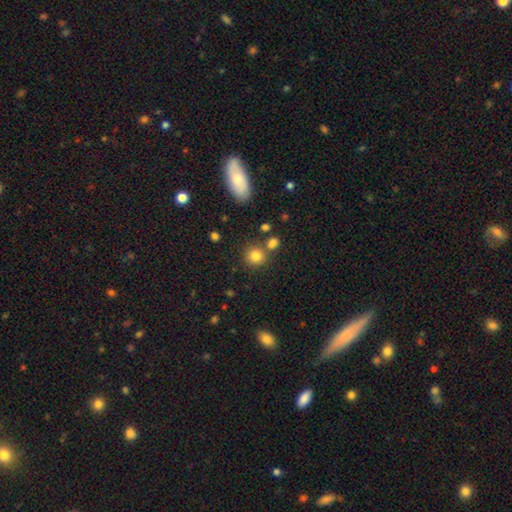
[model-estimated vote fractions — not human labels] Smooth or featured?
  - smooth: 82% *
  - star or artifact: 12%
  - featured or disk: 6%
How rounded?
  - round: 88% *
  - in between: 11%
  - cigar-shaped: 1%
Merging?
  - none: 72% *
  - merger: 14%
  - minor disturbance: 10%
  - major disturbance: 4%